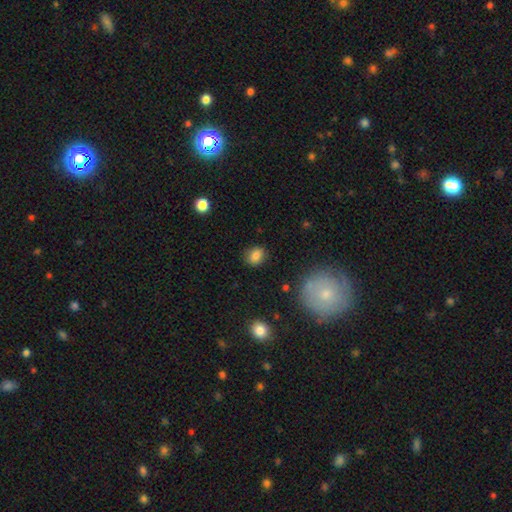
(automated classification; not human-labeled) smooth-or-featured: smooth: 83% | star or artifact: 10% | featured or disk: 6%
  how-rounded: round: 53% | in between: 46% | cigar-shaped: 1%
  merging: none: 82% | minor disturbance: 13% | major disturbance: 3% | merger: 2%